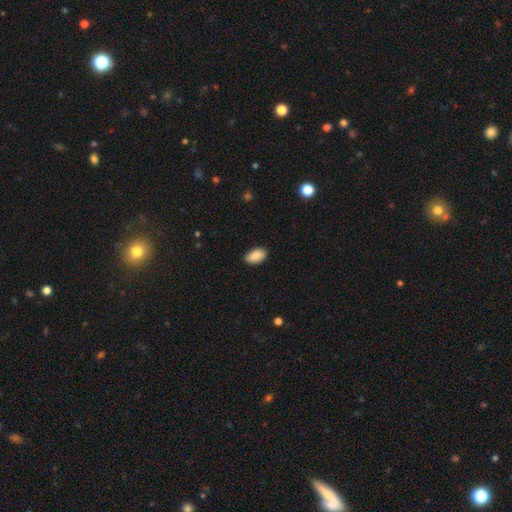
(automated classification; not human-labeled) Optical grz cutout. It shows a smooth galaxy with no disk features (89%) that is in between round and cigar-shaped (94%). Merging: none (88%).